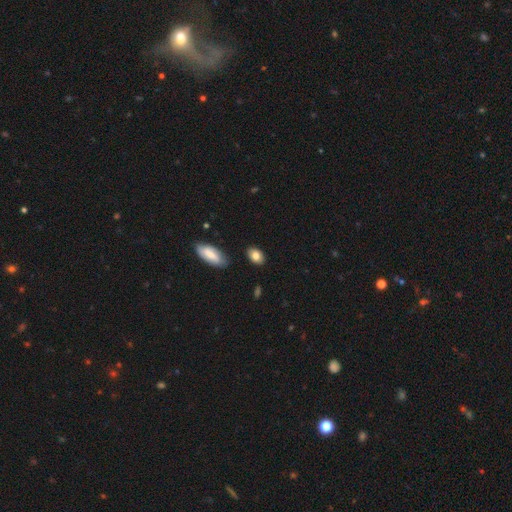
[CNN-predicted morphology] Smooth or featured: smooth — 82% (featured or disk — 10%)
How rounded: in between — 85% (round — 13%)
Merging: none — 83% (minor disturbance — 13%)